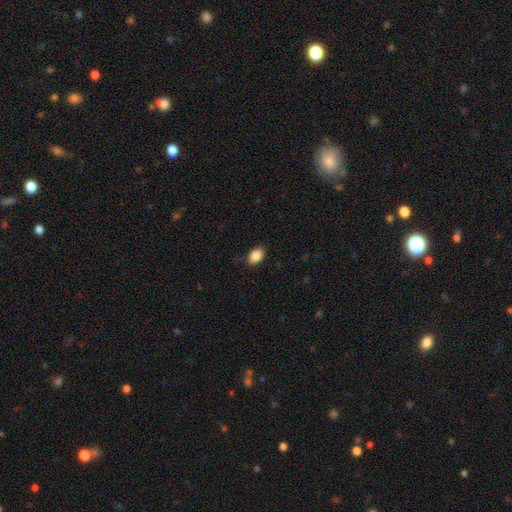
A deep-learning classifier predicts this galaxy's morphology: This appears to be a smooth galaxy with no disk features (88%) that is in between round and cigar-shaped (85%). Merging: none (83%).